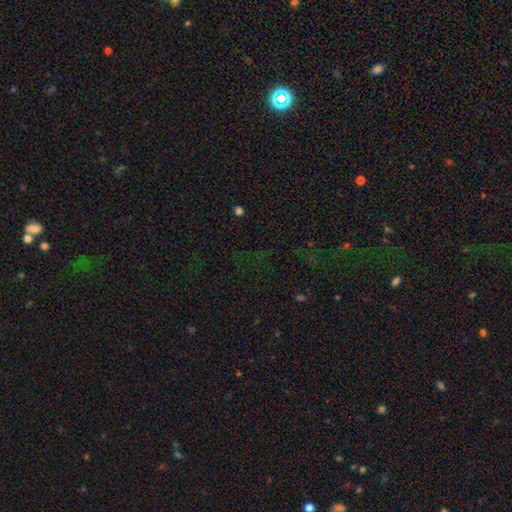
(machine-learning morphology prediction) Smooth or featured: star or artifact — 72% (smooth — 18%)